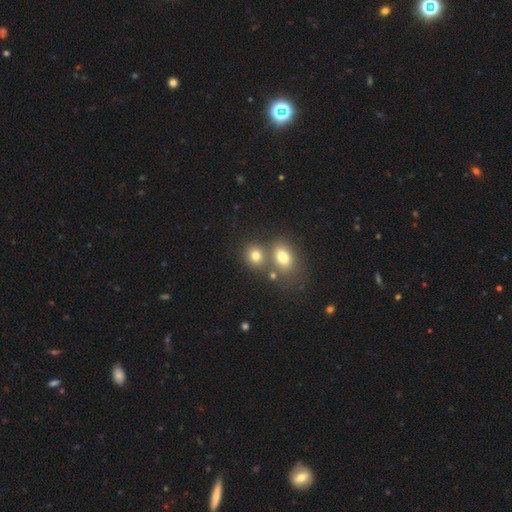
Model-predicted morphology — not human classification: A smooth galaxy with no disk features (77%) that is round (62%). Merging: none (53%).